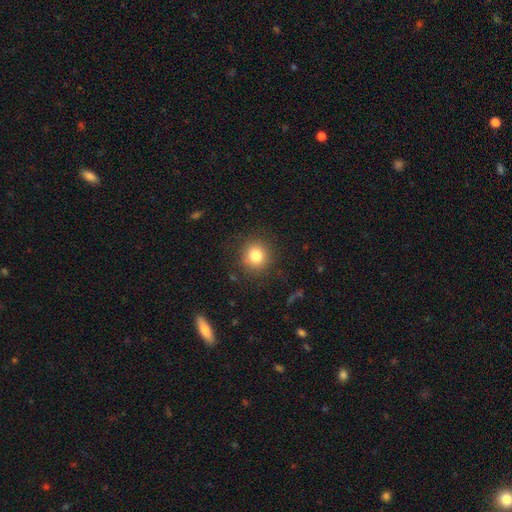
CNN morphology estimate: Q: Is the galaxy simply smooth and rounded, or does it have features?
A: smooth — 82%.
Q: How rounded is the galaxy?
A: round — 88%.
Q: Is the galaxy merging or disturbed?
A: none — 88%.